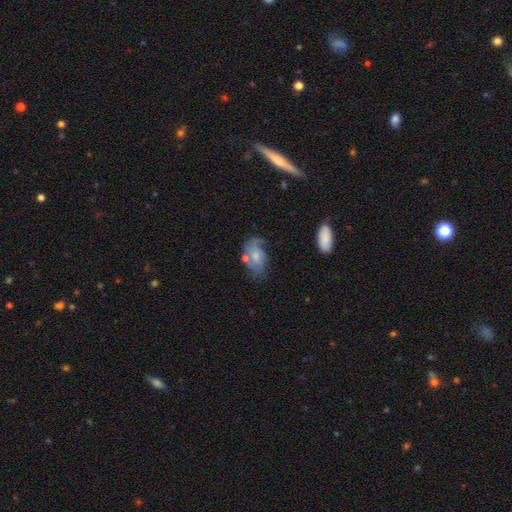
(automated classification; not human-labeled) Q: Smooth or featured?
A: featured or disk (53%); runner-up: smooth (39%)
Q: Edge-on disk?
A: no (96%); runner-up: yes (4%)
Q: Bar?
A: no (67%); runner-up: weak (29%)
Q: Spiral arms?
A: yes (76%); runner-up: no (24%)
Q: Bulge size?
A: small (40%); runner-up: moderate (38%)
Q: Merging?
A: none (42%); runner-up: minor disturbance (26%)